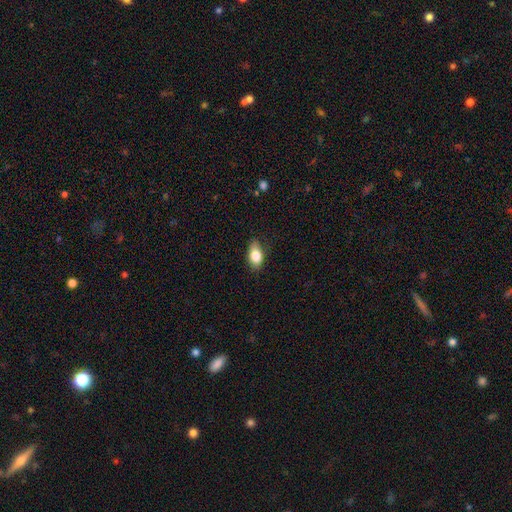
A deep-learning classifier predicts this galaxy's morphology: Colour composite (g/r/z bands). It shows a smooth galaxy with no disk features (82%) that is in between round and cigar-shaped (87%). Merging: none (77%).